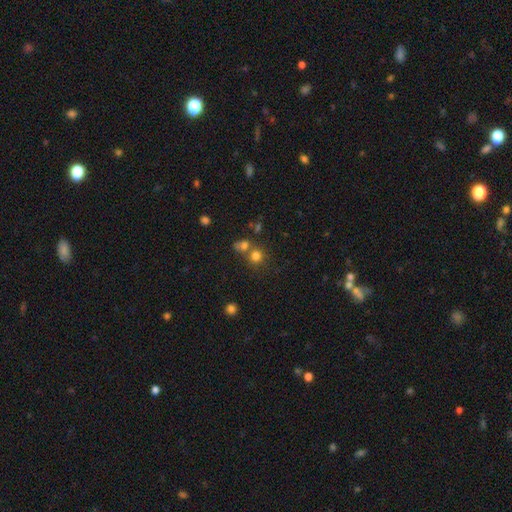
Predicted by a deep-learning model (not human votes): smooth 75%, star or artifact 17%, featured or disk 8%. Down the decision tree: how rounded — round (86%); merging — none (58%).